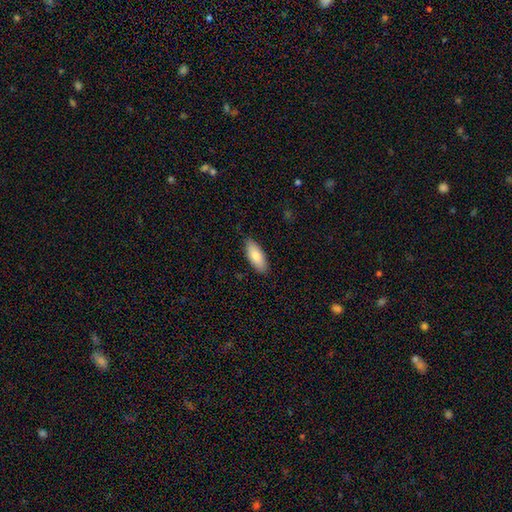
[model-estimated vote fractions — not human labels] Smooth or featured: smooth — 81% (featured or disk — 13%)
How rounded: in between — 83% (cigar-shaped — 15%)
Merging: none — 87% (minor disturbance — 10%)